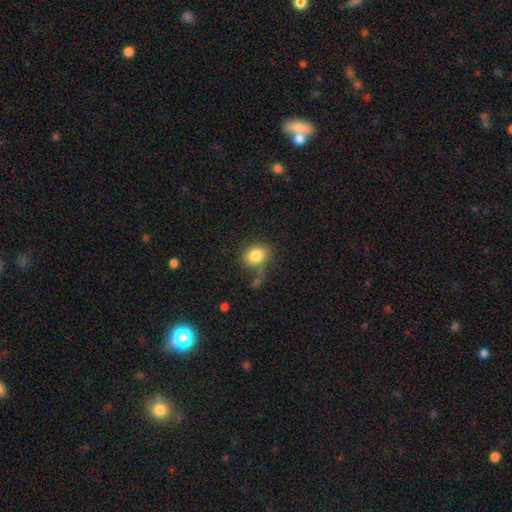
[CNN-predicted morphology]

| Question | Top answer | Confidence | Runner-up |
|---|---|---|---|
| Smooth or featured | smooth | 83% | featured or disk (9%) |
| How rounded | in between | 57% | round (42%) |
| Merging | none | 58% | minor disturbance (19%) |